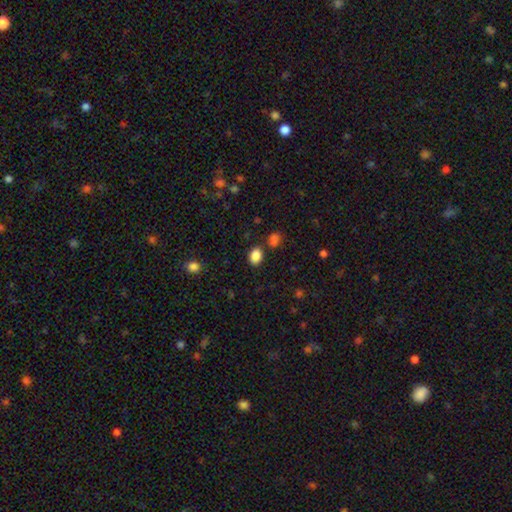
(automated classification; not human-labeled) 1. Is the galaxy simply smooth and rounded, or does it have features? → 86% smooth, 10% star or artifact, 4% featured or disk.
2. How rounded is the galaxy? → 71% in between, 28% round, 1% cigar-shaped.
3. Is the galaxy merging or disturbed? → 78% none, 11% minor disturbance, 8% merger, 3% major disturbance.